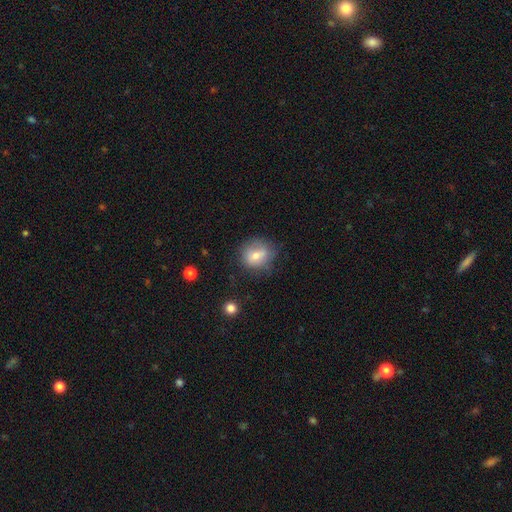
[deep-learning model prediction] Smooth or featured? smooth (71%)
How rounded? round (71%)
Merging? none (65%)